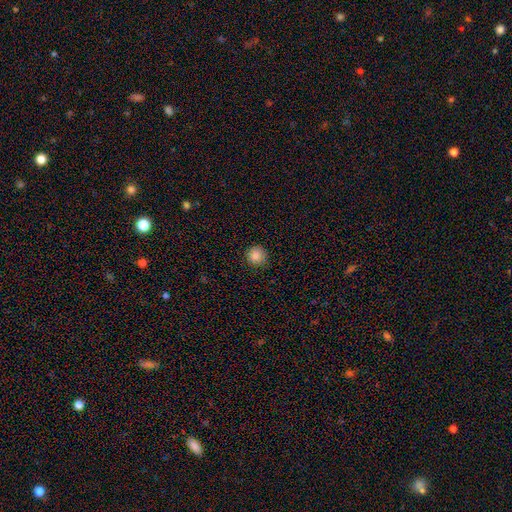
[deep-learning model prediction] smooth-or-featured: smooth: 86% | star or artifact: 10% | featured or disk: 4%
  how-rounded: round: 94% | in between: 5% | cigar-shaped: 1%
  merging: none: 90% | minor disturbance: 7% | major disturbance: 2% | merger: 1%